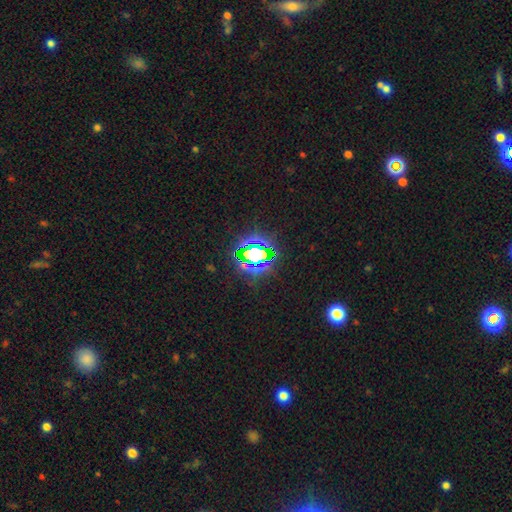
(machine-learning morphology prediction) star or artifact 66%, smooth 21%, featured or disk 13%.